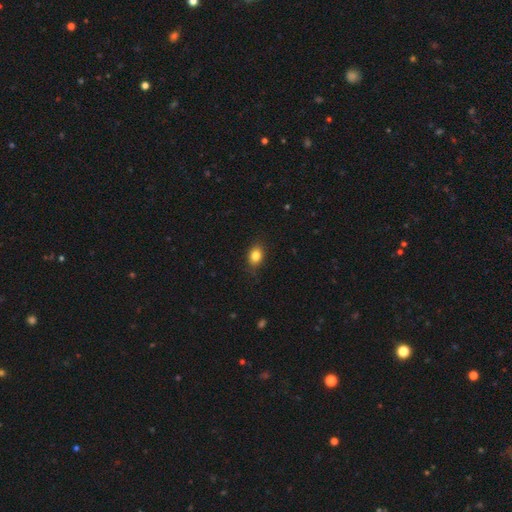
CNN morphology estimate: The model was most divided on "how rounded": in between: 71%, round: 27%, cigar-shaped: 2%. More confident: merging — none (83%); smooth or featured — smooth (83%).